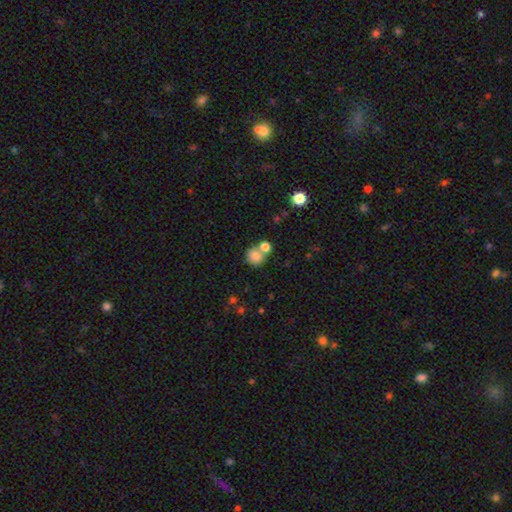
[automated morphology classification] Overall: smooth (81%). How rounded: round (83%). Merging: none (49%; merger 37%).